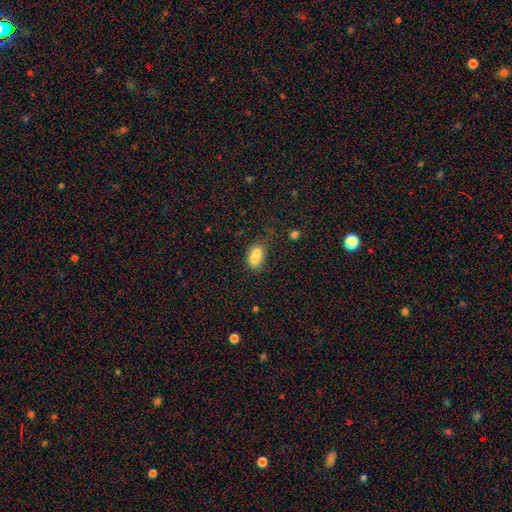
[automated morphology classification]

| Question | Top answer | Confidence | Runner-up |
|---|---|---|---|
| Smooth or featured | smooth | 72% | featured or disk (18%) |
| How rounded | in between | 66% | round (32%) |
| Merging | merger | 59% | none (25%) |